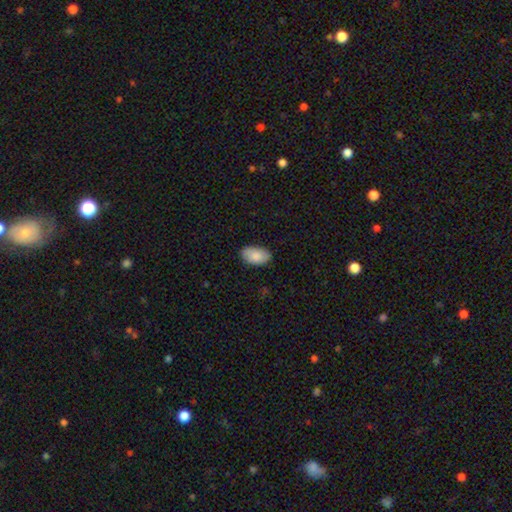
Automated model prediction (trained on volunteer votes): Smooth or featured: smooth — 85% (featured or disk — 9%)
How rounded: in between — 94% (round — 5%)
Merging: none — 83% (minor disturbance — 14%)